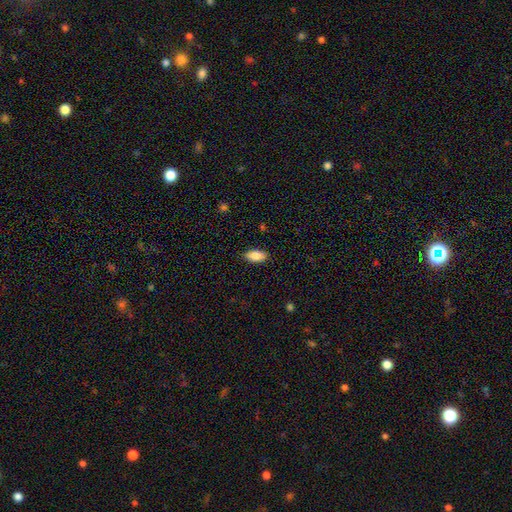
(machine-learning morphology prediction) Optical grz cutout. It shows a smooth galaxy with no disk features (88%) that is in between round and cigar-shaped (90%). Merging: none (88%).